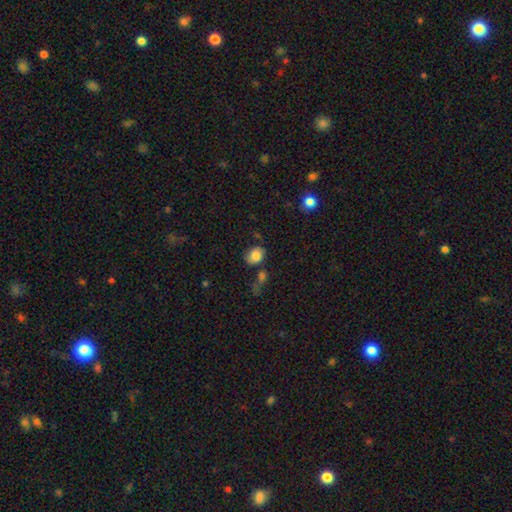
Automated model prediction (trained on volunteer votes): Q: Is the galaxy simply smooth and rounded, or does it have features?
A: smooth — 81%.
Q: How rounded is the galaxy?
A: in between — 52%.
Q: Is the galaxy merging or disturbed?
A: none — 58%.